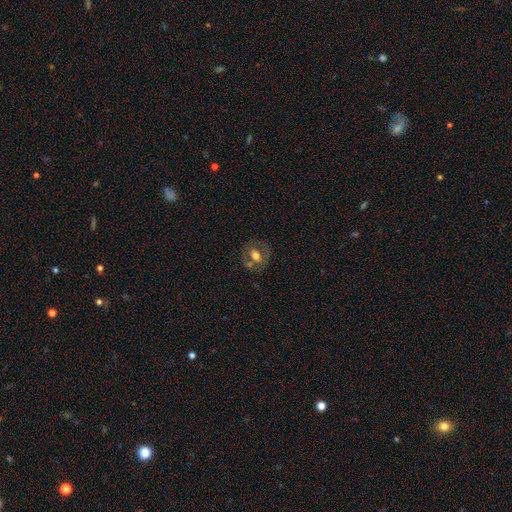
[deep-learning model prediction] A featured or disk galaxy (46%).

Vote fractions:
- Smooth or featured? featured or disk: 46% / smooth: 45% / star or artifact: 9%
- Merging? none: 65% / minor disturbance: 16% / merger: 13% / major disturbance: 7%